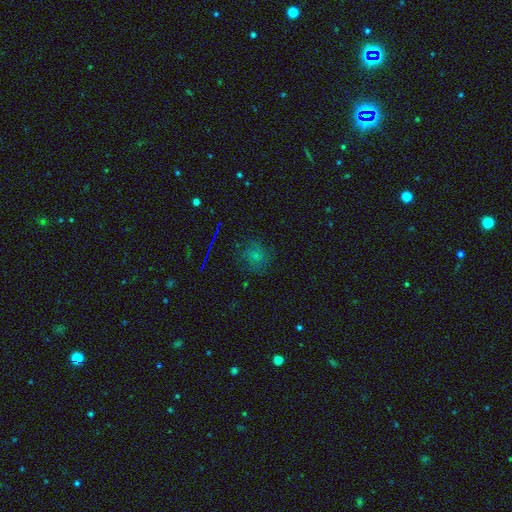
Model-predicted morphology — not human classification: This is likely a smooth galaxy (67%). How rounded: clearly round (82%). Merging: likely none (77%).